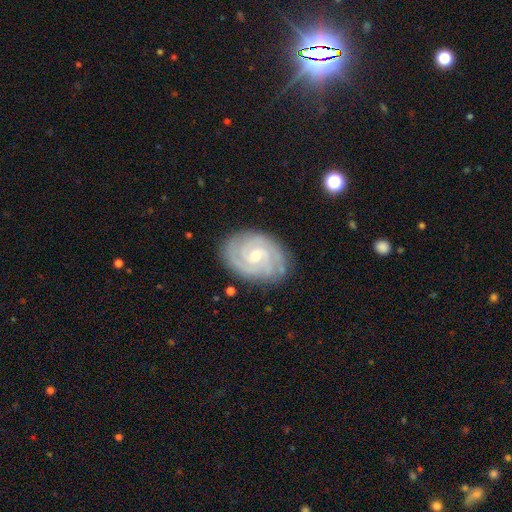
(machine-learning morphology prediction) Overall: featured or disk (88%). Edge-on disk: no (97%). Bar: no (57%; weak 36%). Spiral arms: yes (98%). Spiral arm count: 3 (33%; 2 26%). Spiral winding: tight (74%). Bulge size: small (58%; moderate 39%). Merging: none (83%).